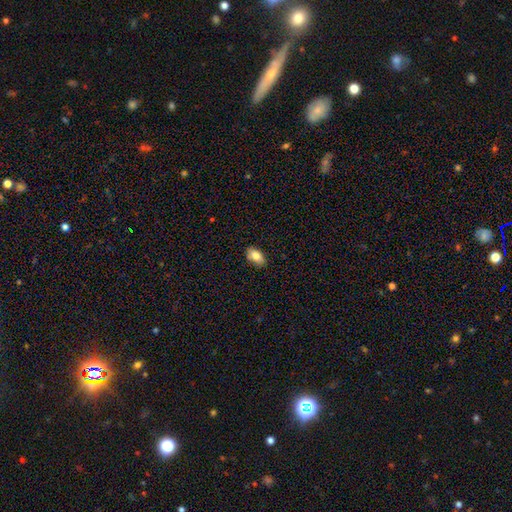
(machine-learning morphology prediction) The model was most divided on "smooth or featured": smooth: 82%, featured or disk: 11%, star or artifact: 8%. More confident: how rounded — in between (90%); merging — none (85%).